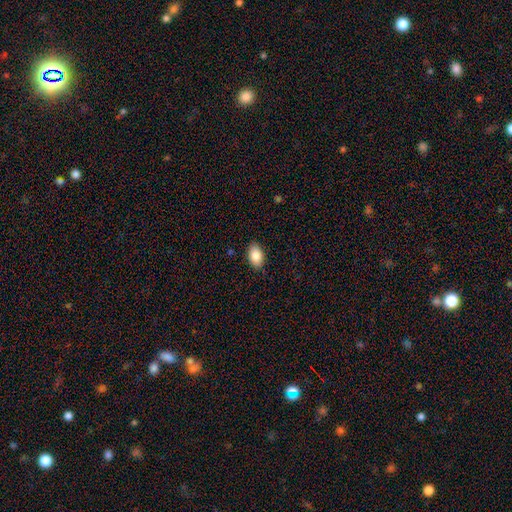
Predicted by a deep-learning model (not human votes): Overall: smooth (88%). How rounded: in between (91%). Merging: none (88%).